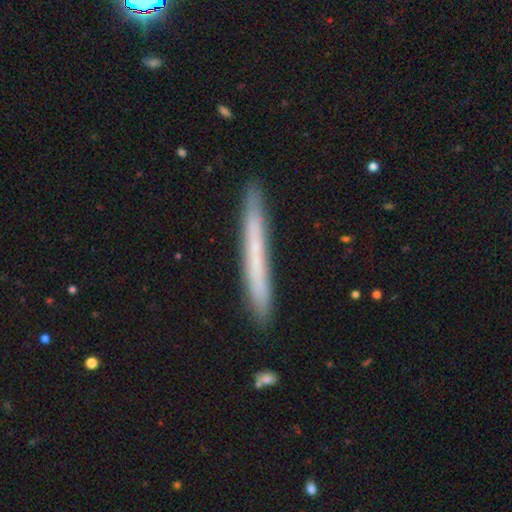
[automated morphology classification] Q: Smooth or featured?
A: smooth (54%); runner-up: featured or disk (39%)
Q: How rounded?
A: cigar-shaped (97%); runner-up: in between (2%)
Q: Merging?
A: none (89%); runner-up: minor disturbance (8%)